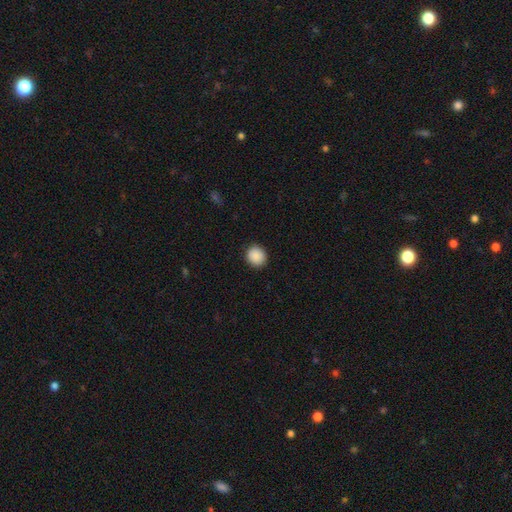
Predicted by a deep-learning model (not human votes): This appears to be a smooth galaxy with no disk features (90%) that is round (86%). Merging: none (91%).